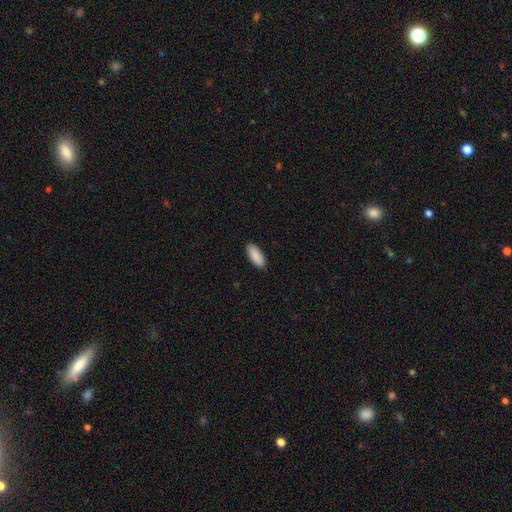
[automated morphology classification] A smooth galaxy with no disk features (91%) that is in between round and cigar-shaped (84%). Merging: none (90%).